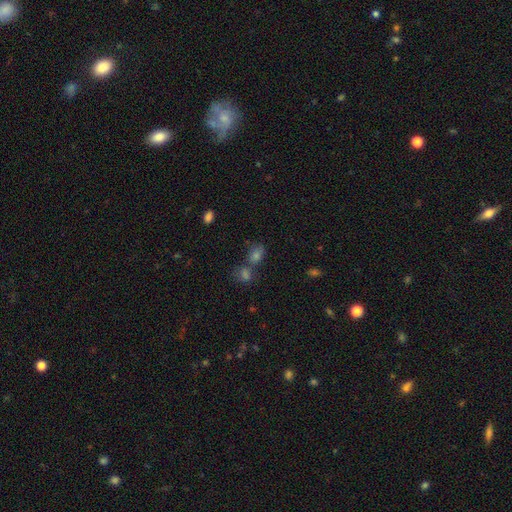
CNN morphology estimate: Smooth or featured? smooth (60%)
How rounded? in between (63%)
Merging? none (48%)